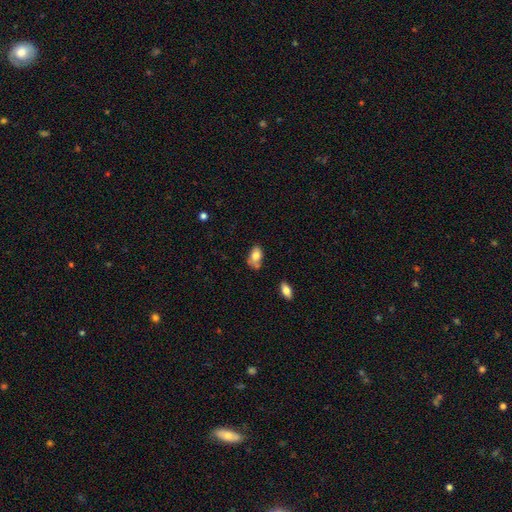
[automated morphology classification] A smooth galaxy with no disk features (78%) that is in between round and cigar-shaped (87%).

Vote fractions:
- Smooth or featured? smooth: 78% / featured or disk: 14% / star or artifact: 8%
- How rounded? in between: 87% / round: 12% / cigar-shaped: 2%
- Merging? none: 48% / minor disturbance: 32% / merger: 10% / major disturbance: 9%